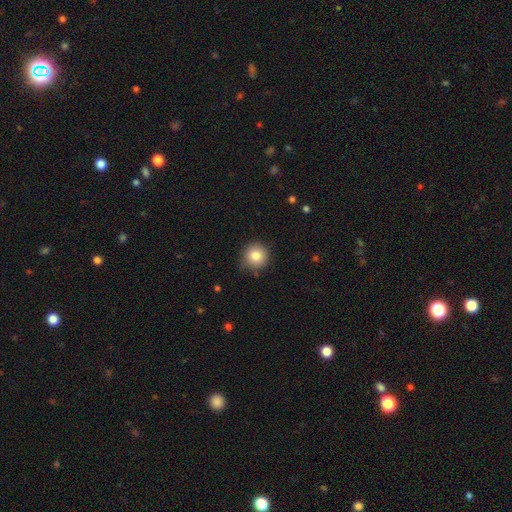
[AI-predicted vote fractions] smooth-or-featured: smooth: 82% | star or artifact: 10% | featured or disk: 8%
  how-rounded: round: 94% | in between: 5% | cigar-shaped: 1%
  merging: none: 86% | minor disturbance: 10% | major disturbance: 2% | merger: 1%